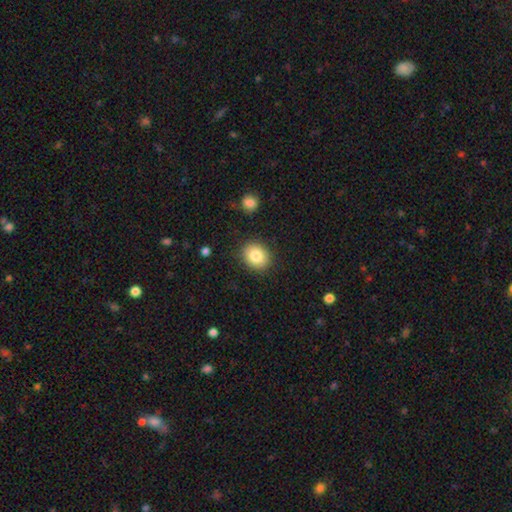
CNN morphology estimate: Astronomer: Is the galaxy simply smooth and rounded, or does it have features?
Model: smooth — 83%.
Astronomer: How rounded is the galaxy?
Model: round — 60% (runner-up: in between, 39%).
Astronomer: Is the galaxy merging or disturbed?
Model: none — 87%.